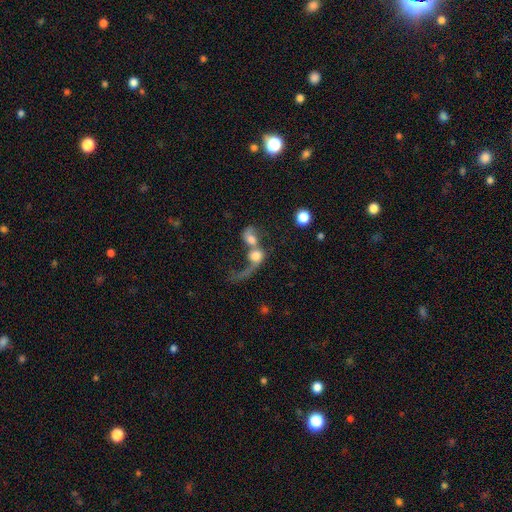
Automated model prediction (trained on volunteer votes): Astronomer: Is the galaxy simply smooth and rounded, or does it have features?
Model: smooth — 47% (runner-up: featured or disk, 42%).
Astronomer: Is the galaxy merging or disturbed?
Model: merger — 76%.